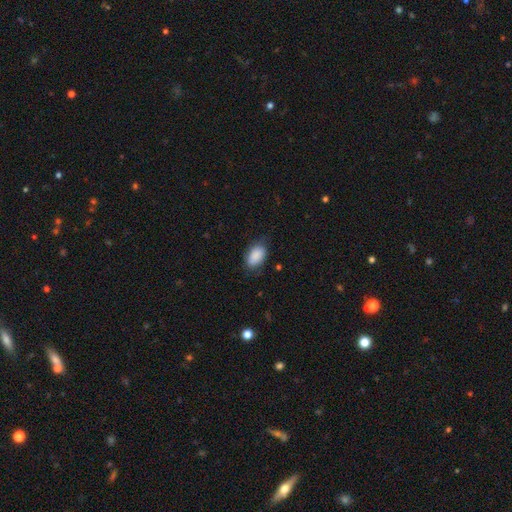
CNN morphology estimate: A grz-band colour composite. It shows a smooth galaxy with no disk features (86%) that is in between round and cigar-shaped (92%). Merging: none (69%).